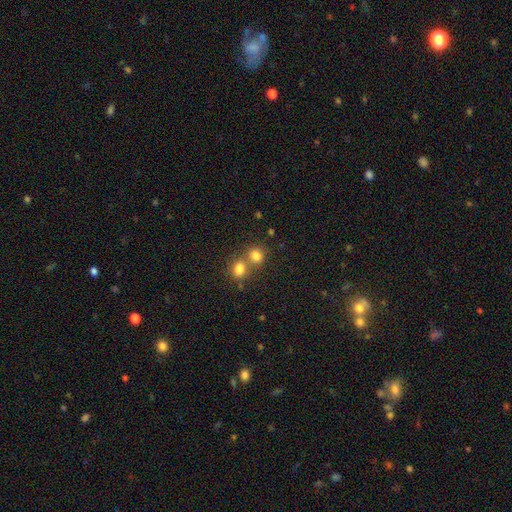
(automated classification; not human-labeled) Smooth or featured? smooth (79%)
How rounded? round (61%)
Merging? merger (51%)